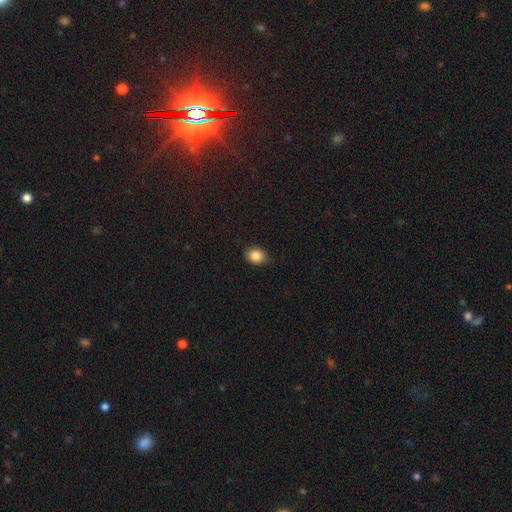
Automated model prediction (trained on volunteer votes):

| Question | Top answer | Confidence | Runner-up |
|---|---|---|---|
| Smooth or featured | smooth | 86% | star or artifact (9%) |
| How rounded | in between | 54% | round (45%) |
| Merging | none | 83% | minor disturbance (14%) |